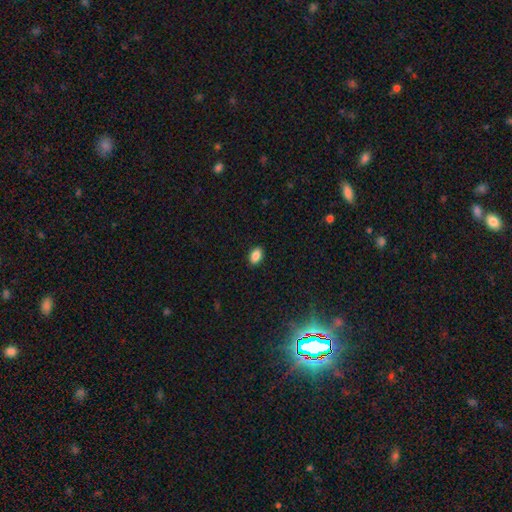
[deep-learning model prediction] Smooth or featured: smooth — 87% (star or artifact — 9%)
How rounded: in between — 89% (round — 10%)
Merging: none — 90% (minor disturbance — 8%)